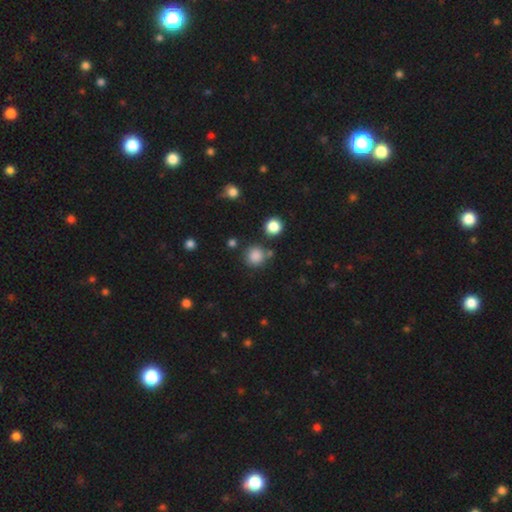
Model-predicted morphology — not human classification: Smooth or featured? Predicted: smooth (p=0.84). How rounded? Predicted: round (p=0.91). Merging? Predicted: none (p=0.77).